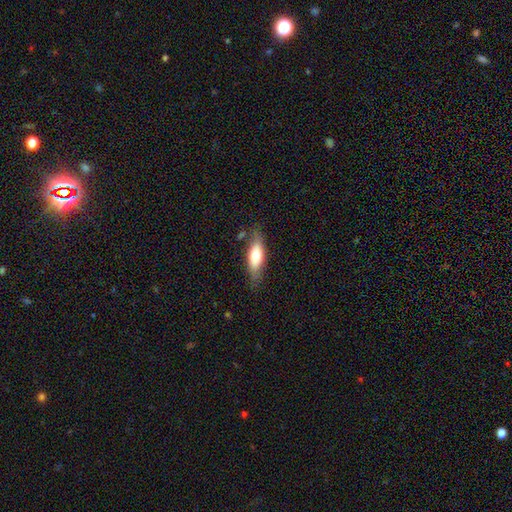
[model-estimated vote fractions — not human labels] Overall: smooth (64%; featured or disk 29%). How rounded: in between (64%; cigar-shaped 33%). Merging: none (74%).